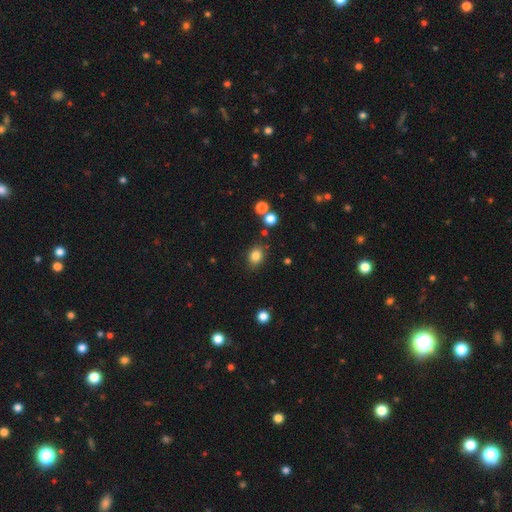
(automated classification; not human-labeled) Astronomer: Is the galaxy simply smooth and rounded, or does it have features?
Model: smooth — 83%.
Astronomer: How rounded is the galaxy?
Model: in between — 55% (runner-up: round, 44%).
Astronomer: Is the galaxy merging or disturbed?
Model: none — 80%.